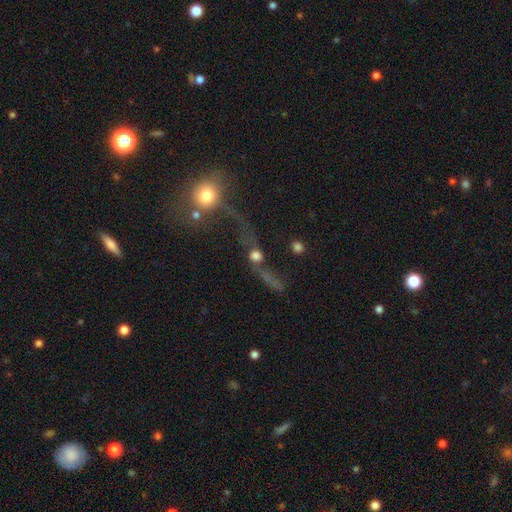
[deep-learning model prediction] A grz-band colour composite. It shows a smooth galaxy with no disk features (44%). Merging: none (32%).